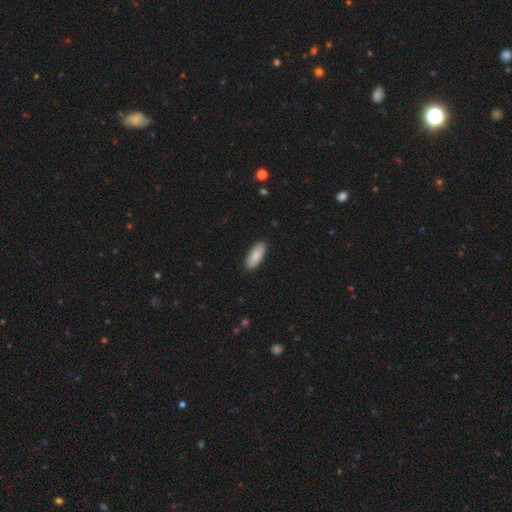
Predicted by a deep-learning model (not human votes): smooth 85%, featured or disk 10%, star or artifact 5%. Down the decision tree: how rounded — in between (80%); merging — none (90%).